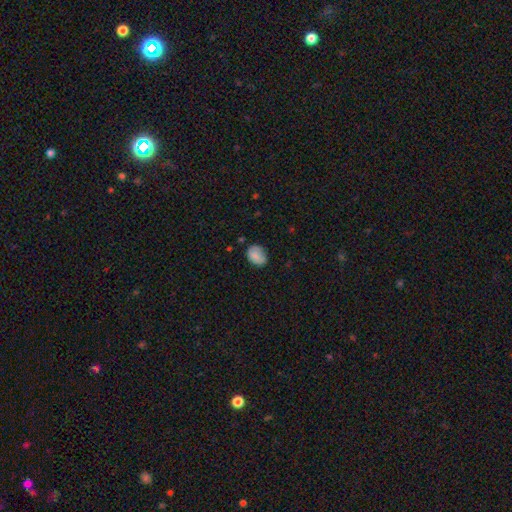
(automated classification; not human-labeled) This appears to be a smooth galaxy with no disk features (83%) that is in between round and cigar-shaped (69%). Merging: none (71%).